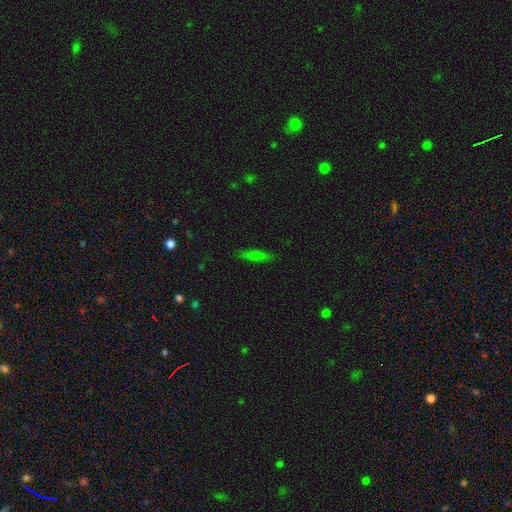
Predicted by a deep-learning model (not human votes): The model was most divided on "smooth or featured": smooth: 65%, featured or disk: 24%, star or artifact: 11%. More confident: merging — none (86%); how rounded — cigar-shaped (74%).